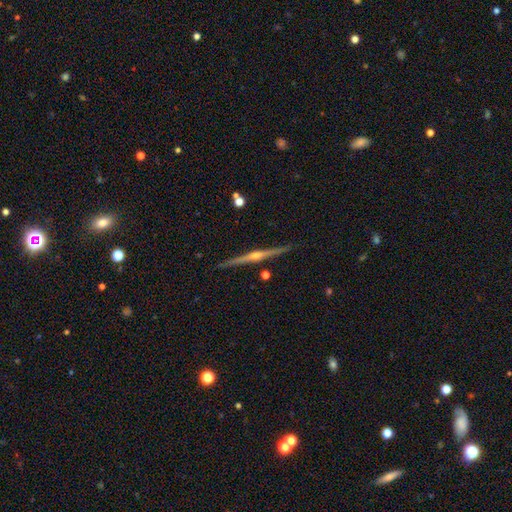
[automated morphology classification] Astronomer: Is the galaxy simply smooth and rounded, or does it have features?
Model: featured or disk — 87%.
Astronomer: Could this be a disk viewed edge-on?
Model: yes — 99%.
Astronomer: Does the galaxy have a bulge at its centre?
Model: rounded — 91%.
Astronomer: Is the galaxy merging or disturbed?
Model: none — 92%.